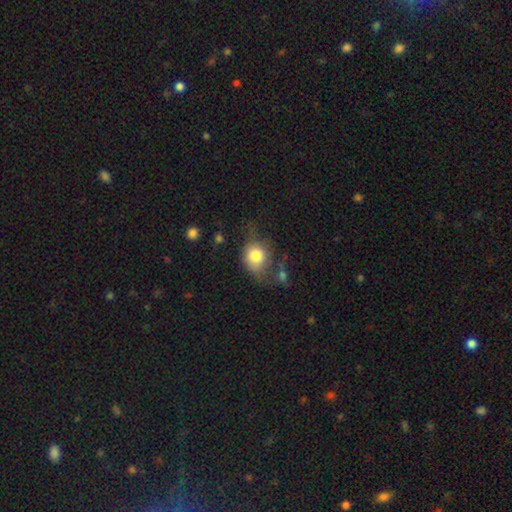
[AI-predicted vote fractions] Morphology: type=smooth (78%); roundness=round (65%); merging=none (44%).